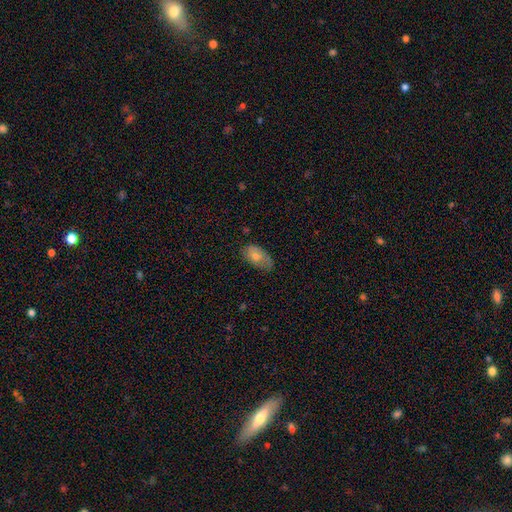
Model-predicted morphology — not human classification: smooth_or_featured: smooth (p=0.61) [alt: featured or disk p=0.31]
how_rounded: in between (p=0.91) [alt: round p=0.06]
merging: none (p=0.63) [alt: minor disturbance p=0.28]